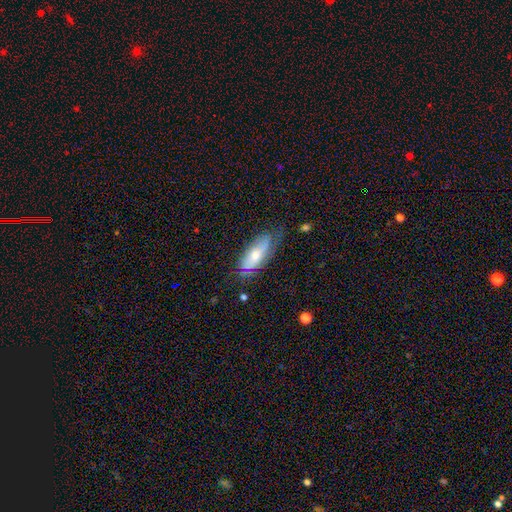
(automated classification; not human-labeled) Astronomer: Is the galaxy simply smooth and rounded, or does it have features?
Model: smooth — 51% (runner-up: featured or disk, 41%).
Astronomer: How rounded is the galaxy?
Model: in between — 70%.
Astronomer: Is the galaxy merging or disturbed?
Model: none — 62%.